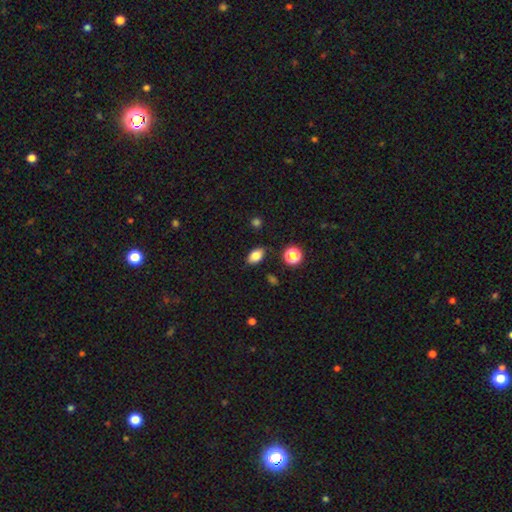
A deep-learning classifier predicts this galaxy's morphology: smooth_or_featured: smooth (p=0.81) [alt: star or artifact p=0.11]
how_rounded: in between (p=0.85) [alt: round p=0.13]
merging: none (p=0.83) [alt: minor disturbance p=0.12]